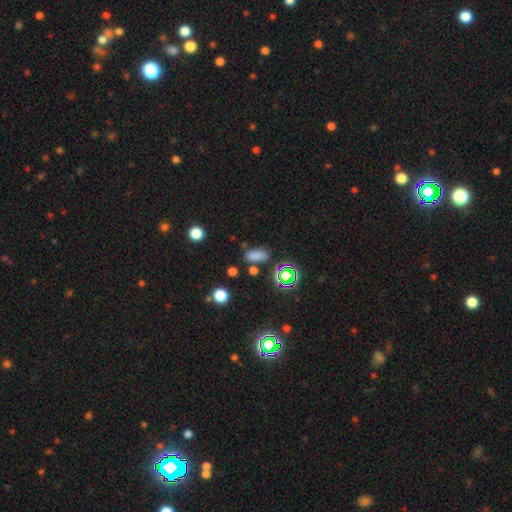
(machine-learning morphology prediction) smooth 69%, star or artifact 24%, featured or disk 7%. Down the decision tree: how rounded — in between (78%); merging — none (68%).